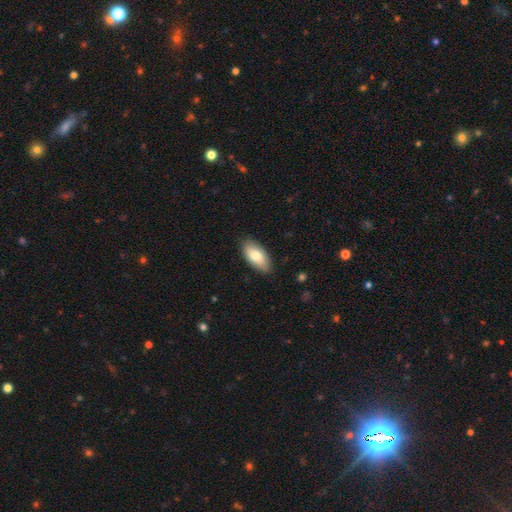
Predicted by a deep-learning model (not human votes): smooth 78%, featured or disk 16%, star or artifact 6%. Down the decision tree: how rounded — in between (92%); merging — none (86%).